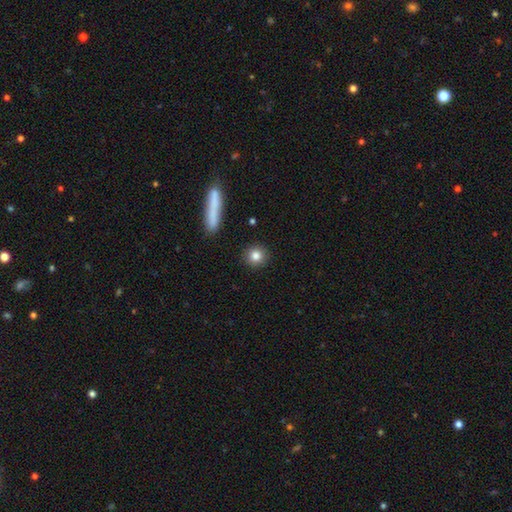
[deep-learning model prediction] This appears to be a smooth galaxy with no disk features (84%) that is round (91%). Merging: none (91%).